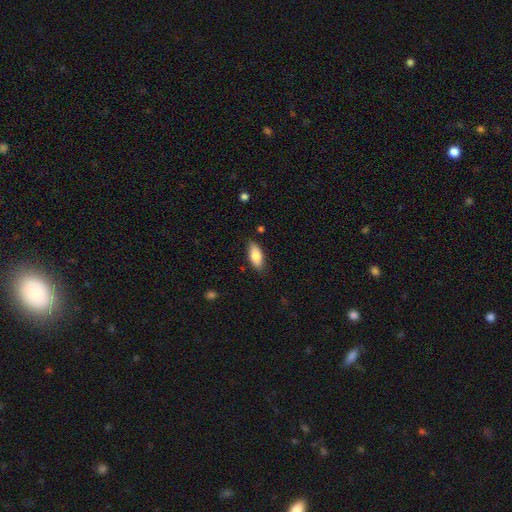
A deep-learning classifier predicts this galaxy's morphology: smooth-or-featured: smooth: 82% | featured or disk: 12% | star or artifact: 6%
  how-rounded: in between: 86% | cigar-shaped: 12% | round: 2%
  merging: none: 83% | minor disturbance: 13% | major disturbance: 2% | merger: 1%